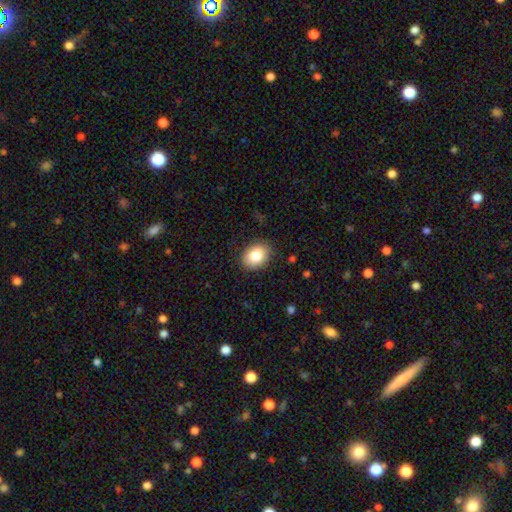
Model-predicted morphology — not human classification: Smooth or featured? smooth (82%)
How rounded? in between (65%)
Merging? none (87%)